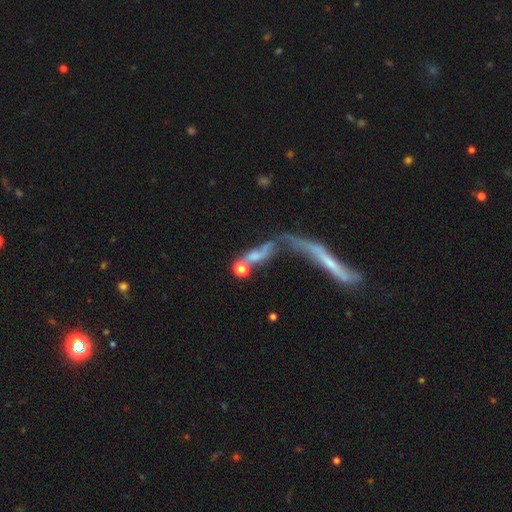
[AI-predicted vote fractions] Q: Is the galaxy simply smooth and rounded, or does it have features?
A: smooth — 48%.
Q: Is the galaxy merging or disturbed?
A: merger — 49%.